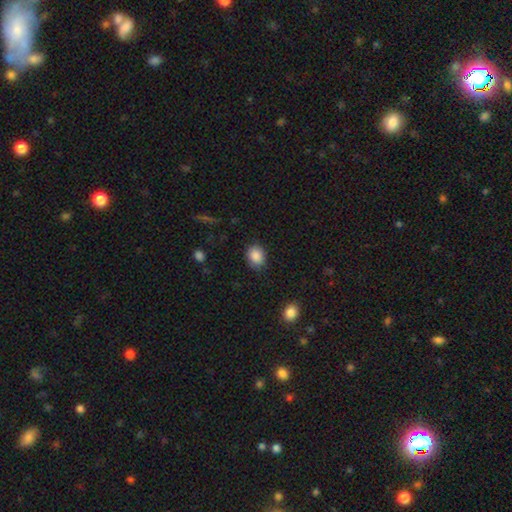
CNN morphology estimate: smooth-or-featured: smooth: 88% | star or artifact: 9% | featured or disk: 4%
  how-rounded: round: 50% | in between: 49% | cigar-shaped: 1%
  merging: none: 83% | minor disturbance: 13% | major disturbance: 3% | merger: 1%